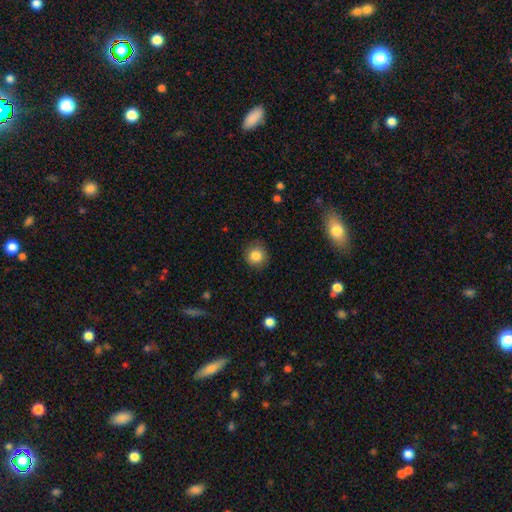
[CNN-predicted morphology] A smooth galaxy with no disk features (84%) that is round (90%).

Vote fractions:
- Smooth or featured? smooth: 84% / star or artifact: 10% / featured or disk: 6%
- How rounded? round: 90% / in between: 9% / cigar-shaped: 1%
- Merging? none: 86% / minor disturbance: 10% / major disturbance: 3% / merger: 1%